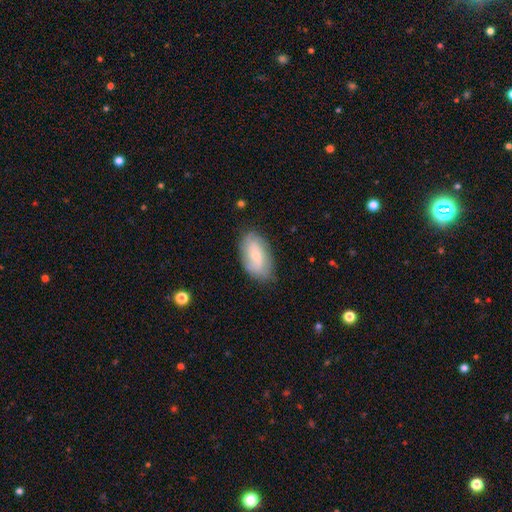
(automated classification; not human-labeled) Smooth or featured? Predicted: smooth (p=0.53). How rounded? Predicted: in between (p=0.92). Merging? Predicted: none (p=0.77).